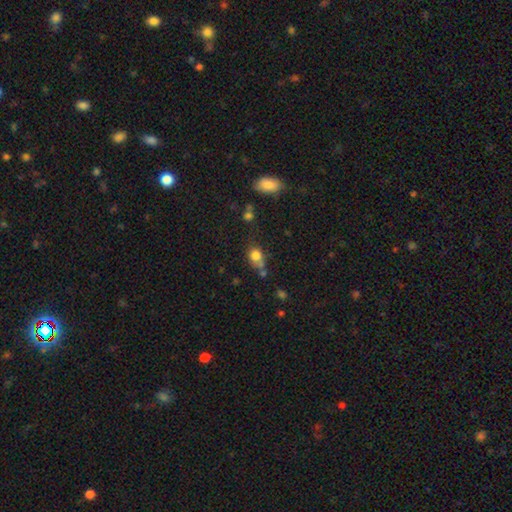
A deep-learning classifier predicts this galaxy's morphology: The model was most divided on "how rounded": round: 54%, in between: 44%, cigar-shaped: 2%. Remaining: smooth or featured — smooth (78%); merging — none (46%).